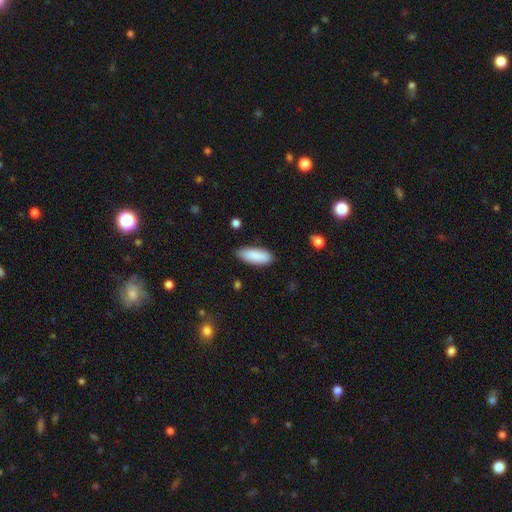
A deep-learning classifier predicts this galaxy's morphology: smooth 89%, star or artifact 6%, featured or disk 5%. Down the decision tree: how rounded — in between (73%); merging — none (84%).